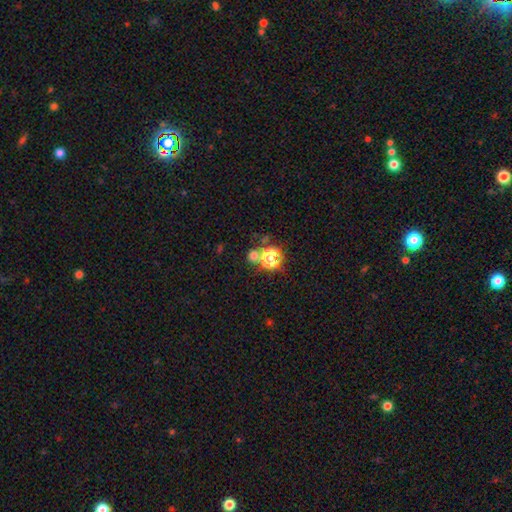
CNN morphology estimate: Smooth or featured: star or artifact — 51% (smooth — 41%)